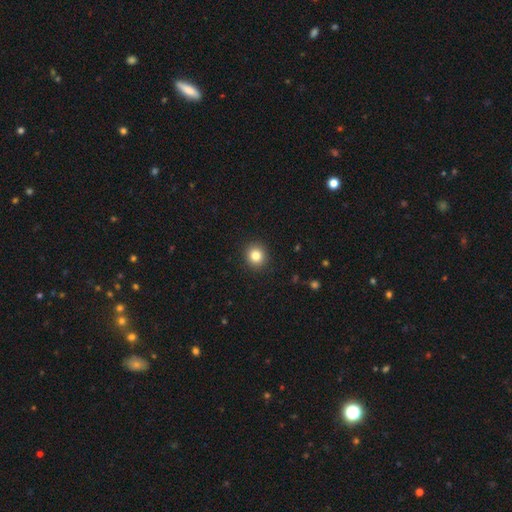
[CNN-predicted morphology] smooth_or_featured: smooth (p=0.83) [alt: star or artifact p=0.11]
how_rounded: round (p=0.90) [alt: in between p=0.09]
merging: none (p=0.92) [alt: minor disturbance p=0.05]